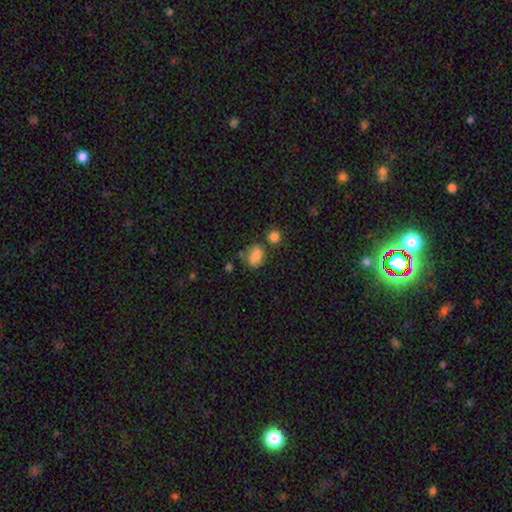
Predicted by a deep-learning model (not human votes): Smooth or featured? smooth (73%)
How rounded? in between (57%)
Merging? none (53%)